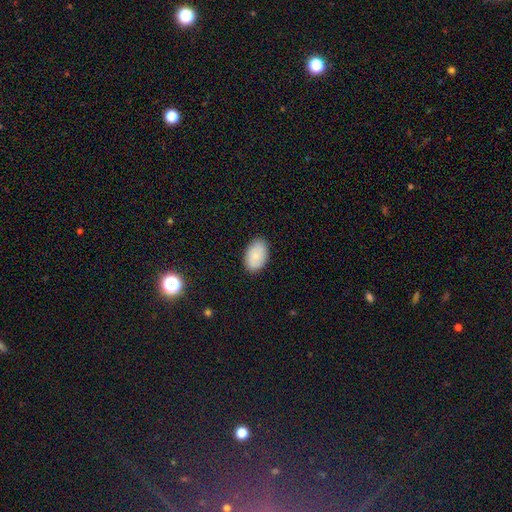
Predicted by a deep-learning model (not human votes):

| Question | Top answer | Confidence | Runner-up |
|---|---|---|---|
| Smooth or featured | smooth | 80% | featured or disk (13%) |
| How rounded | in between | 89% | round (10%) |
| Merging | none | 86% | minor disturbance (10%) |